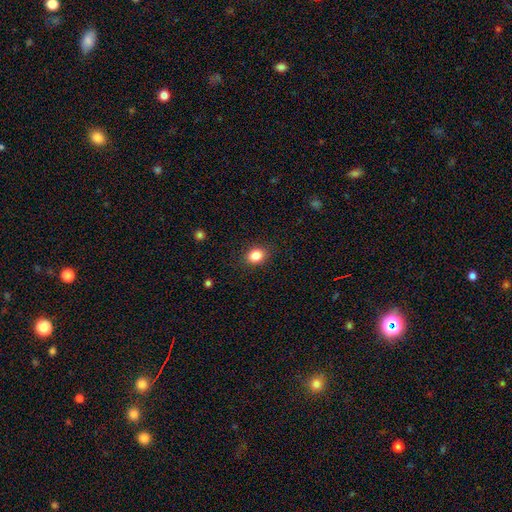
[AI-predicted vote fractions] Morphology: type=smooth (84%); roundness=in between (55%); merging=none (87%).